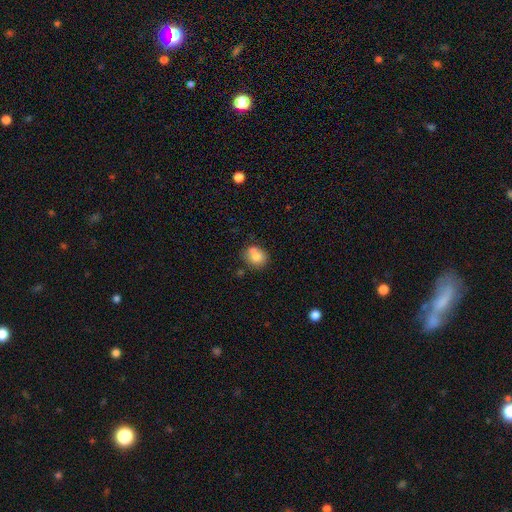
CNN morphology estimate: Smooth or featured? Predicted: smooth (p=0.76). How rounded? Predicted: round (p=0.74). Merging? Predicted: none (p=0.55).